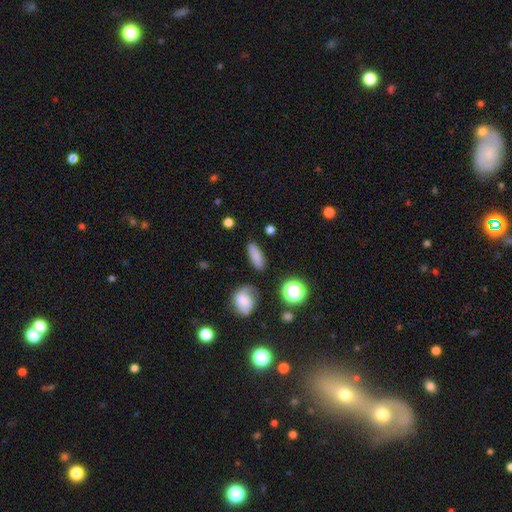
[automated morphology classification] This is likely a smooth galaxy (78%). How rounded: likely in between (62%). Merging: clearly none (81%).